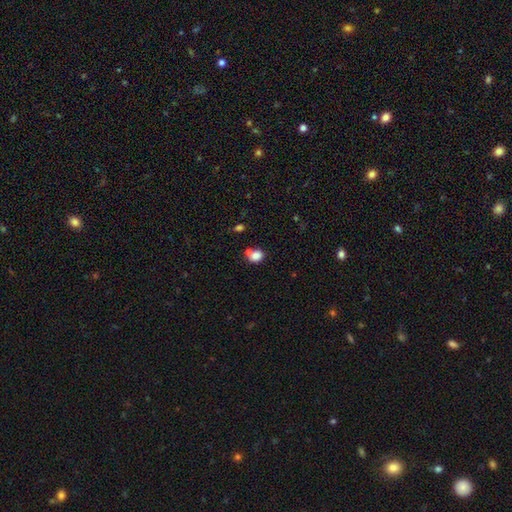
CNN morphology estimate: A smooth galaxy with no disk features (81%) that is round (57%).

Vote fractions:
- Smooth or featured? smooth: 81% / star or artifact: 10% / featured or disk: 8%
- How rounded? round: 57% / in between: 42% / cigar-shaped: 1%
- Merging? none: 47% / merger: 37% / minor disturbance: 12% / major disturbance: 5%